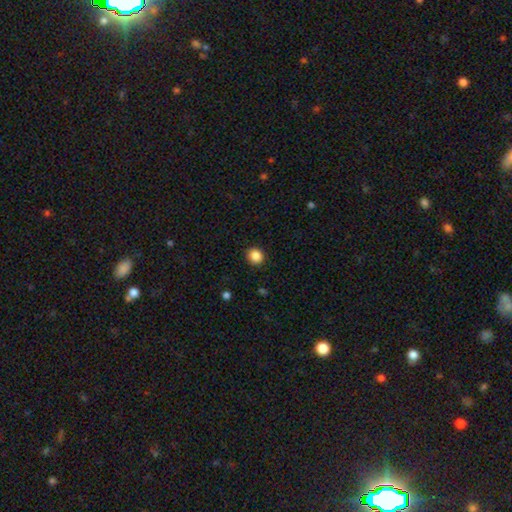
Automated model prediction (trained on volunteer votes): This appears to be a smooth galaxy with no disk features (87%) that is round (80%). Merging: none (91%).